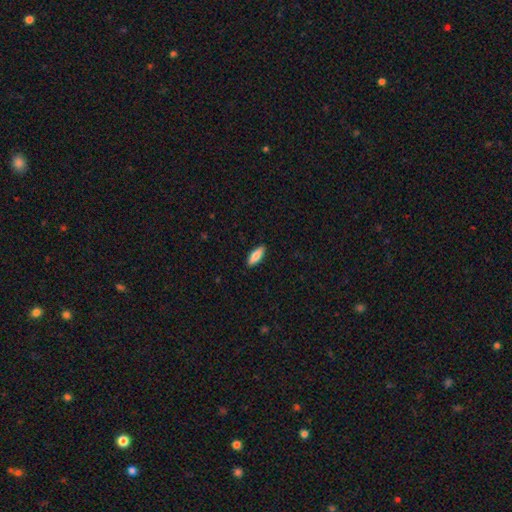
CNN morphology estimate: Smooth or featured? Predicted: smooth (p=0.80). How rounded? Predicted: in between (p=0.64). Merging? Predicted: none (p=0.89).